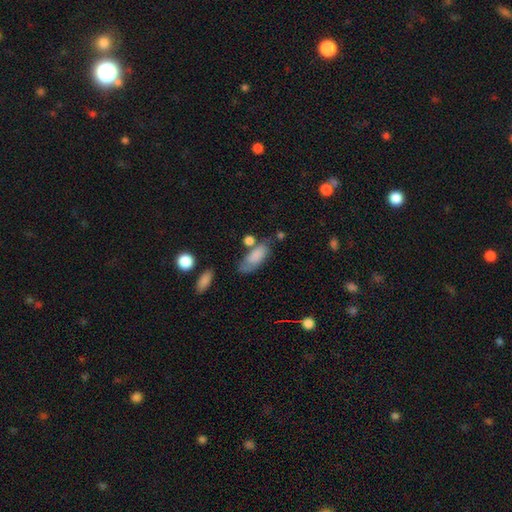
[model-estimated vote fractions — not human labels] A smooth galaxy with no disk features (78%) that is in between round and cigar-shaped (84%).

Vote fractions:
- Smooth or featured? smooth: 78% / featured or disk: 15% / star or artifact: 7%
- How rounded? in between: 84% / cigar-shaped: 13% / round: 3%
- Merging? none: 50% / minor disturbance: 25% / merger: 15% / major disturbance: 11%